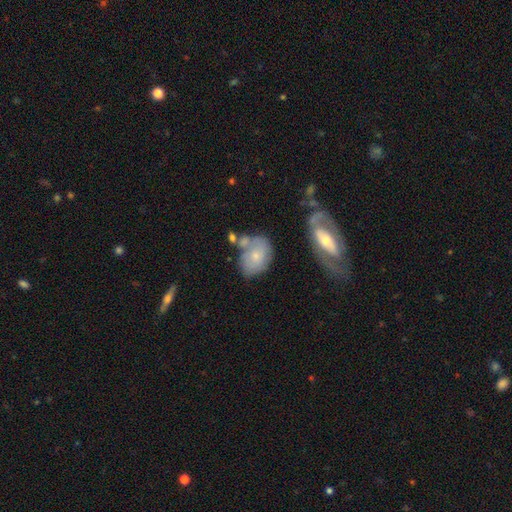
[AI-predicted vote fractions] The model was most divided on "merging": none: 42%, merger: 25%, minor disturbance: 23%, major disturbance: 11%. More confident: how rounded — in between (70%); smooth or featured — smooth (57%).